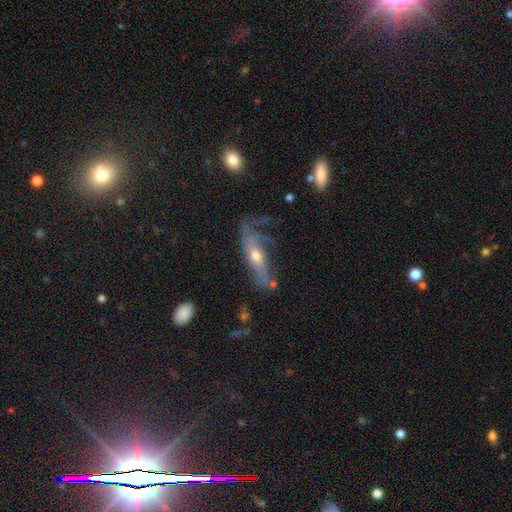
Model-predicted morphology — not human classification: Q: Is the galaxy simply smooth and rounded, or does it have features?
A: featured or disk — 65%.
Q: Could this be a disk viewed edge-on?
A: no — 63%.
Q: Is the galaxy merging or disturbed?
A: none — 44%.